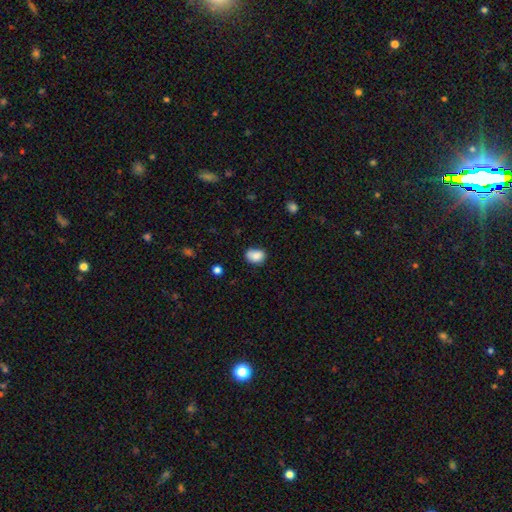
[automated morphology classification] This is clearly a smooth galaxy (85%). How rounded: likely in between (64%). Merging: likely none (70%).